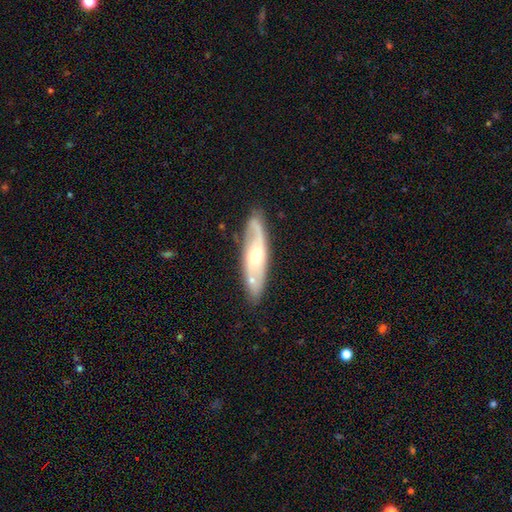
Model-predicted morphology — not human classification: smooth-or-featured: featured or disk: 74% | smooth: 20% | star or artifact: 6%
  disk-edge-on: no: 67% | yes: 33%
  merging: none: 80% | minor disturbance: 14% | major disturbance: 4% | merger: 2%